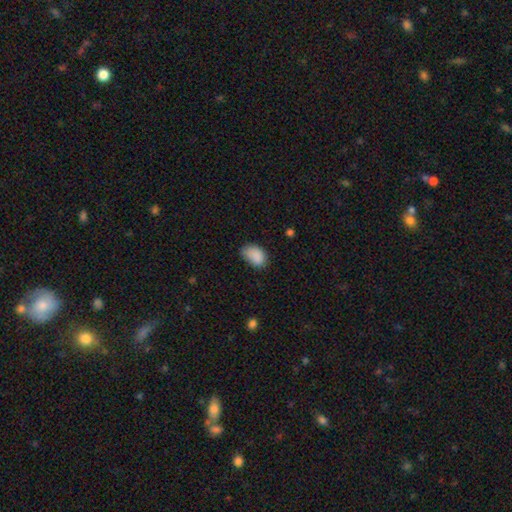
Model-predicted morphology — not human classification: This appears to be a smooth galaxy with no disk features (88%) that is in between round and cigar-shaped (86%). Merging: none (59%).